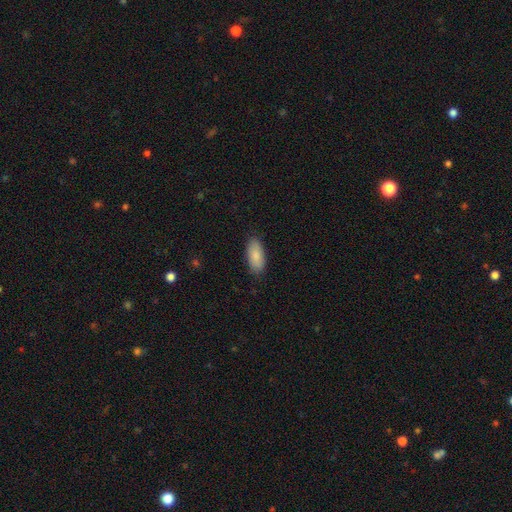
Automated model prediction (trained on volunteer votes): Smooth or featured?
  - smooth: 87% *
  - featured or disk: 7%
  - star or artifact: 6%
How rounded?
  - in between: 89% *
  - cigar-shaped: 10%
  - round: 2%
Merging?
  - none: 86% *
  - minor disturbance: 11%
  - major disturbance: 2%
  - merger: 1%